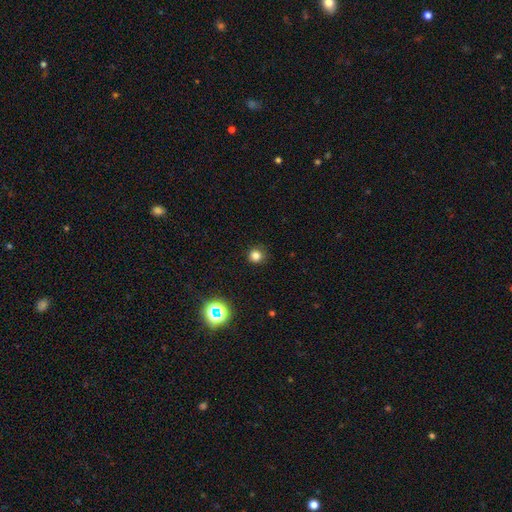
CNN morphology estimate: Q: Smooth or featured?
A: smooth (78%); runner-up: star or artifact (17%)
Q: How rounded?
A: round (93%); runner-up: in between (6%)
Q: Merging?
A: none (90%); runner-up: minor disturbance (7%)